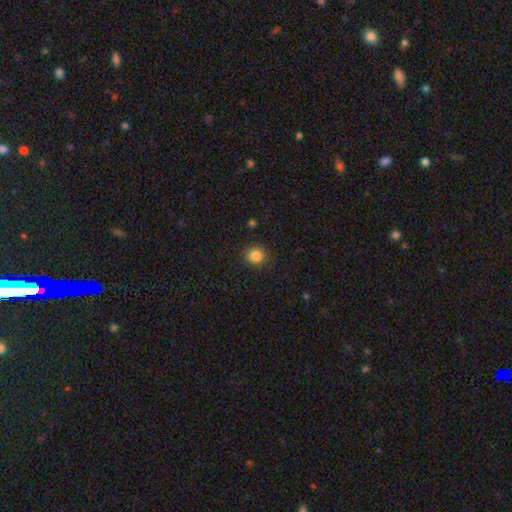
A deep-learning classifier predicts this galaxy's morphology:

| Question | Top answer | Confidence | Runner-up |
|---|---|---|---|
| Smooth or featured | smooth | 85% | star or artifact (11%) |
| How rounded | round | 90% | in between (10%) |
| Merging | none | 89% | minor disturbance (8%) |